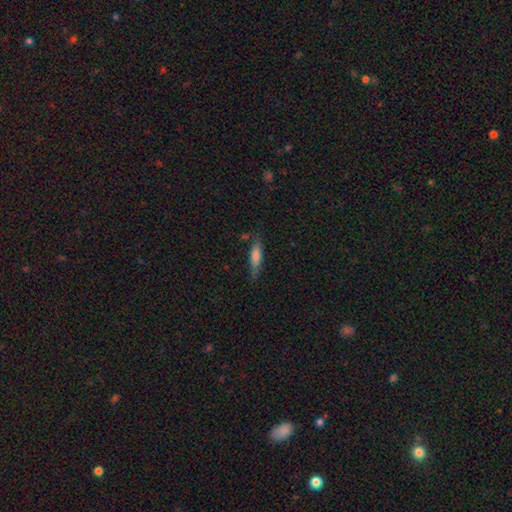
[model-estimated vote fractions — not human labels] Smooth or featured? Predicted: smooth (p=0.62). How rounded? Predicted: cigar-shaped (p=0.73). Merging? Predicted: none (p=0.74).